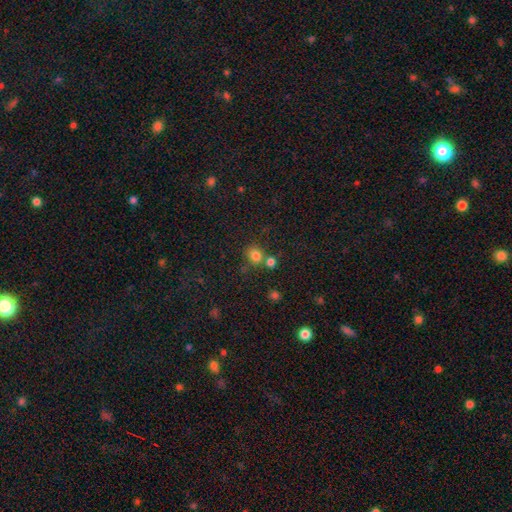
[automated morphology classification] Smooth or featured: smooth — 79% (star or artifact — 15%)
How rounded: round — 79% (in between — 20%)
Merging: none — 65% (merger — 21%)